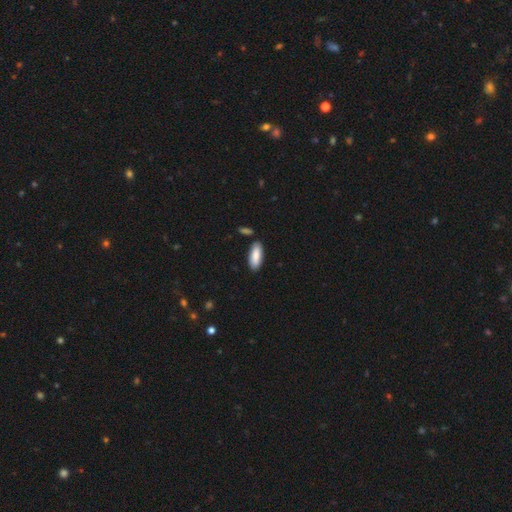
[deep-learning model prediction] A smooth galaxy with no disk features (85%) that is in between round and cigar-shaped (75%). Merging: none (84%).